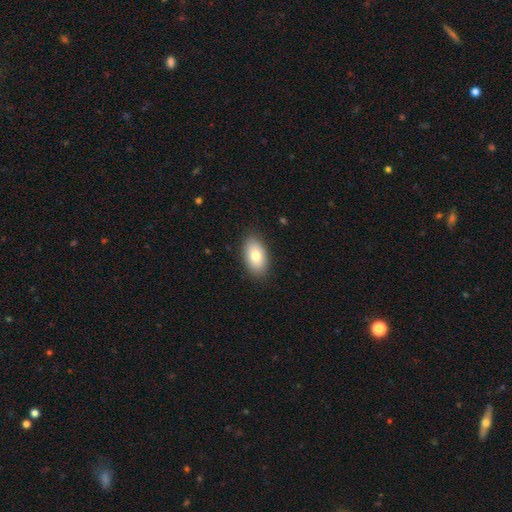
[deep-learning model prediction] Smooth or featured?
  - smooth: 79% *
  - featured or disk: 14%
  - star or artifact: 7%
How rounded?
  - in between: 93% *
  - round: 5%
  - cigar-shaped: 2%
Merging?
  - none: 87% *
  - minor disturbance: 10%
  - major disturbance: 2%
  - merger: 1%